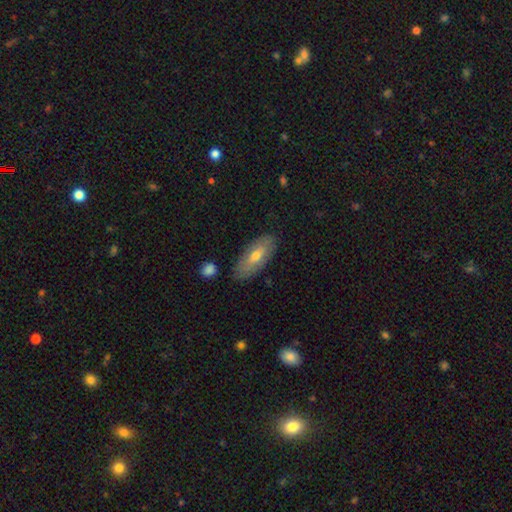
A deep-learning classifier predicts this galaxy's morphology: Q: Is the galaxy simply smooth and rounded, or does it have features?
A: smooth — 59%.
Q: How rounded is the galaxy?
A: in between — 78%.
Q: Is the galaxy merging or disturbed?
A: none — 85%.